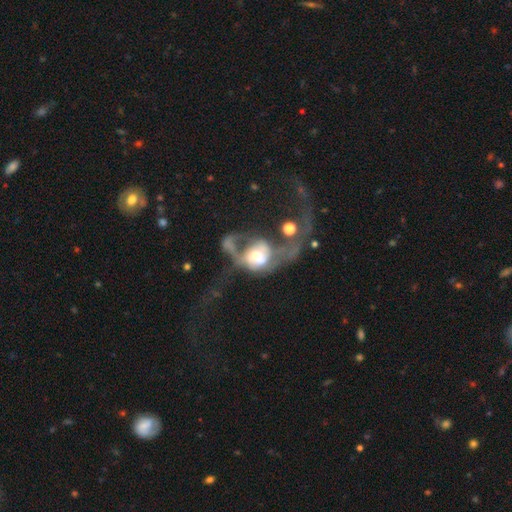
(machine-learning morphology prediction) type=featured or disk (59%); edge-on=no (94%); bar=no (76%); spiral arms=no (61%); bulge=moderate (51%); merging=major disturbance (51%).